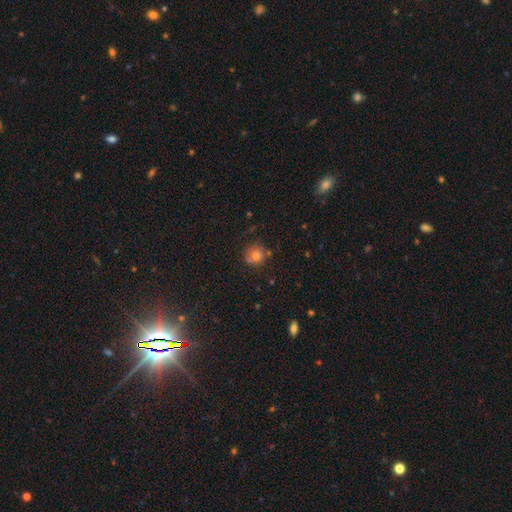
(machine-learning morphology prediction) Smooth or featured: smooth — 75% (star or artifact — 13%)
How rounded: round — 88% (in between — 11%)
Merging: none — 69% (minor disturbance — 19%)